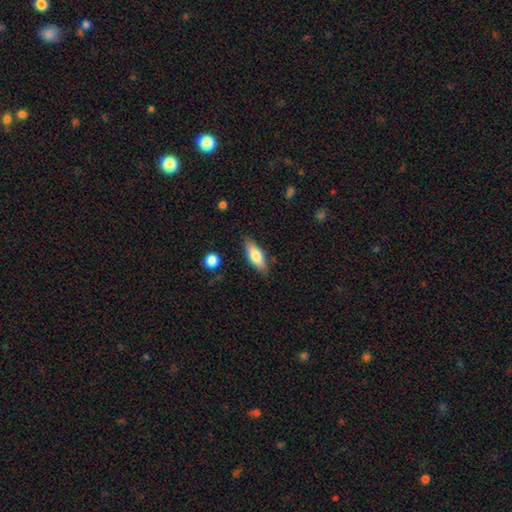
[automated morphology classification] This appears to be a smooth galaxy with no disk features (75%) that is in between round and cigar-shaped (69%). Merging: none (84%).